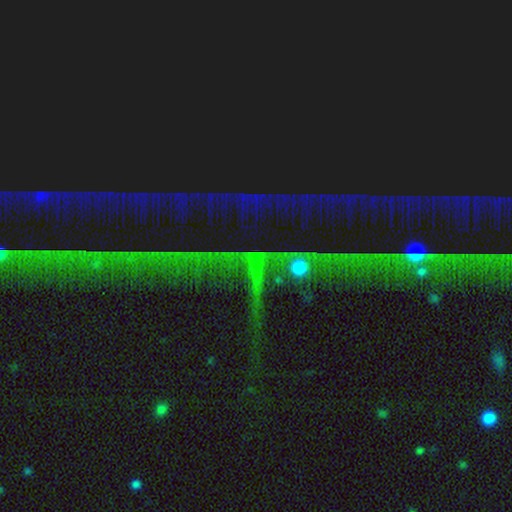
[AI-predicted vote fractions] Smooth or featured: star or artifact — 70% (featured or disk — 20%)